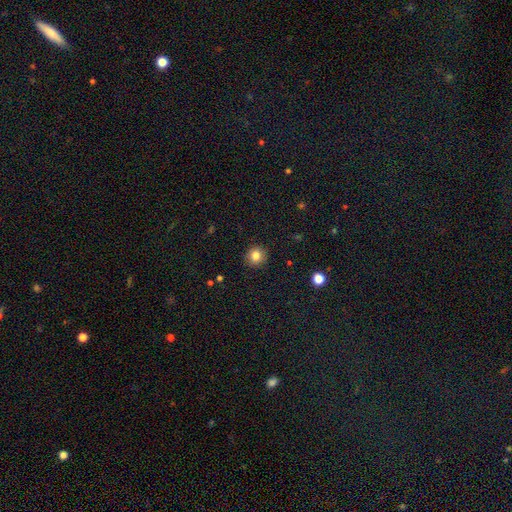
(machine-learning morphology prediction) A smooth galaxy with no disk features (83%) that is round (91%). Merging: none (90%).